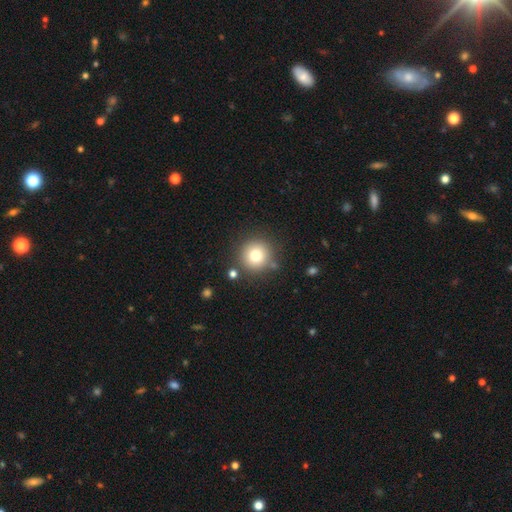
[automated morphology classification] Smooth or featured?
  - smooth: 78% *
  - star or artifact: 12%
  - featured or disk: 10%
How rounded?
  - round: 95% *
  - in between: 5%
  - cigar-shaped: 1%
Merging?
  - none: 84% *
  - minor disturbance: 9%
  - merger: 5%
  - major disturbance: 3%